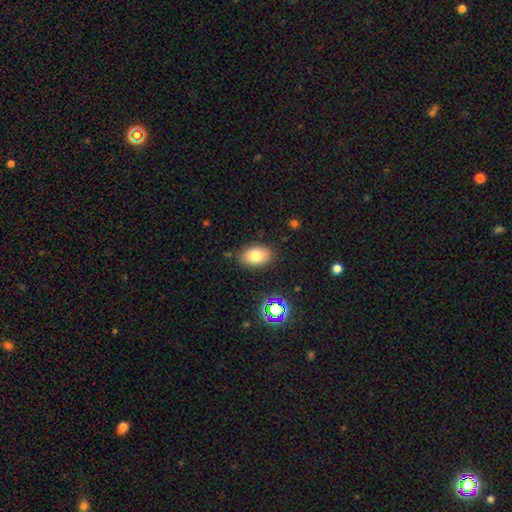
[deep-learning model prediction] smooth-or-featured: smooth: 77% | featured or disk: 12% | star or artifact: 11%
  how-rounded: in between: 87% | round: 12% | cigar-shaped: 1%
  merging: none: 84% | minor disturbance: 11% | major disturbance: 3% | merger: 2%